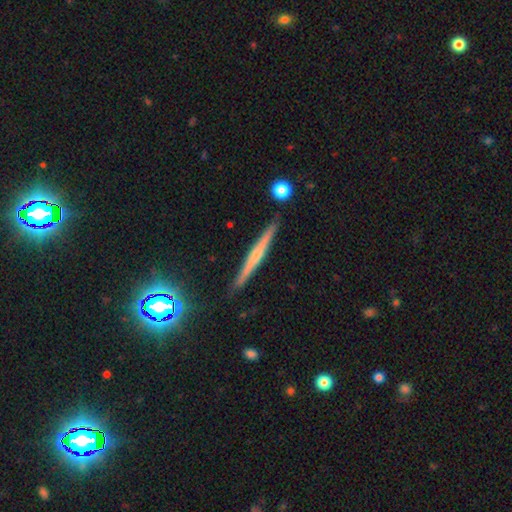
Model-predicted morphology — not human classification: Overall: featured or disk (60%; smooth 31%). Edge-on disk: yes (98%). Edge-on bulge: rounded (49%; none 43%). Merging: none (89%).